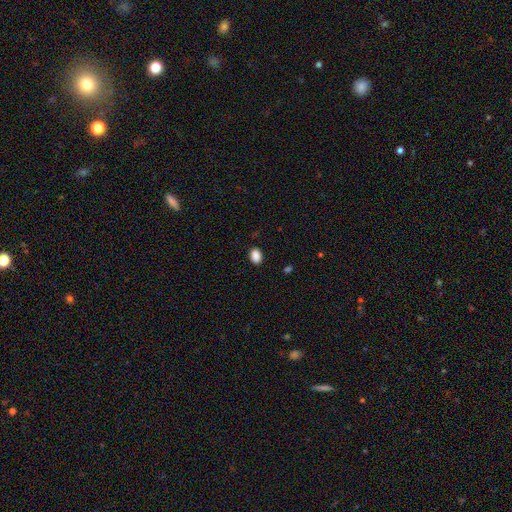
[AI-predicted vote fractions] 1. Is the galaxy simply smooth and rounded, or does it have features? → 89% smooth, 9% star or artifact, 3% featured or disk.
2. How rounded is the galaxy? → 78% in between, 21% round, 1% cigar-shaped.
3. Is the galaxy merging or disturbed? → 87% none, 9% minor disturbance, 2% major disturbance, 1% merger.